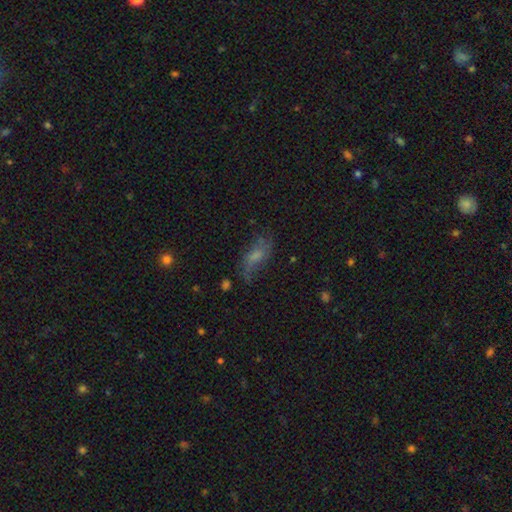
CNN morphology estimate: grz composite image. It shows a smooth galaxy with no disk features (46%). Merging: none (53%).